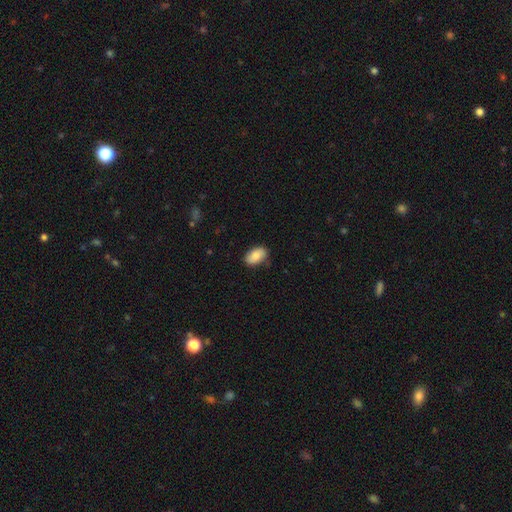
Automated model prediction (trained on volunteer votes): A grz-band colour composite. It shows a smooth galaxy with no disk features (83%) that is in between round and cigar-shaped (92%). Merging: none (78%).